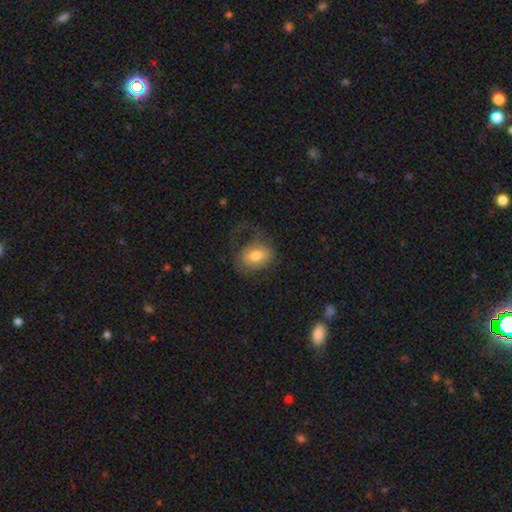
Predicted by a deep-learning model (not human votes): Smooth or featured? smooth (66%)
How rounded? in between (72%)
Merging? none (42%)